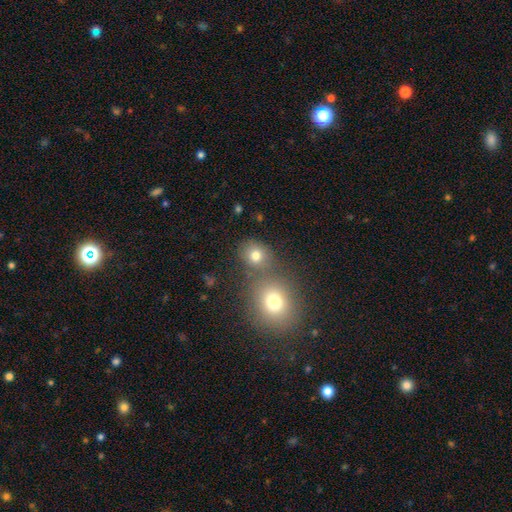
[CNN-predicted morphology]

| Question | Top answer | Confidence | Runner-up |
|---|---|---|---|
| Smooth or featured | smooth | 76% | star or artifact (15%) |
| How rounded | round | 73% | in between (26%) |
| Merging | none | 58% | merger (30%) |